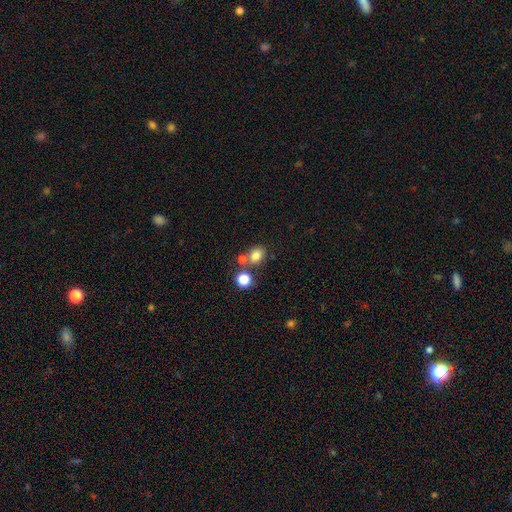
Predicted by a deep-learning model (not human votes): Smooth or featured? smooth (79%)
How rounded? round (53%)
Merging? none (59%)